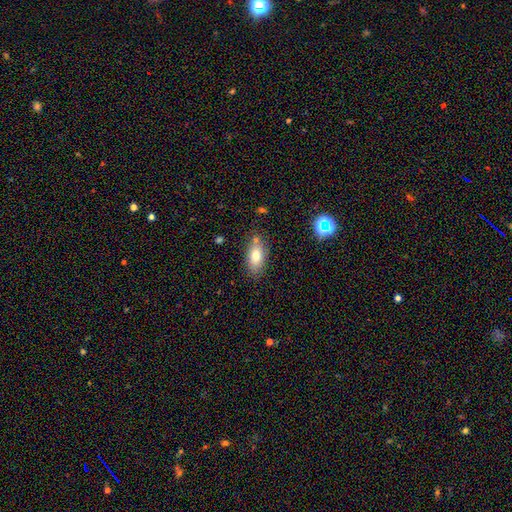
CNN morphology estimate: A smooth galaxy with no disk features (77%) that is in between round and cigar-shaped (88%).

Vote fractions:
- Smooth or featured? smooth: 77% / featured or disk: 14% / star or artifact: 9%
- How rounded? in between: 88% / cigar-shaped: 7% / round: 6%
- Merging? none: 76% / minor disturbance: 14% / merger: 6% / major disturbance: 3%